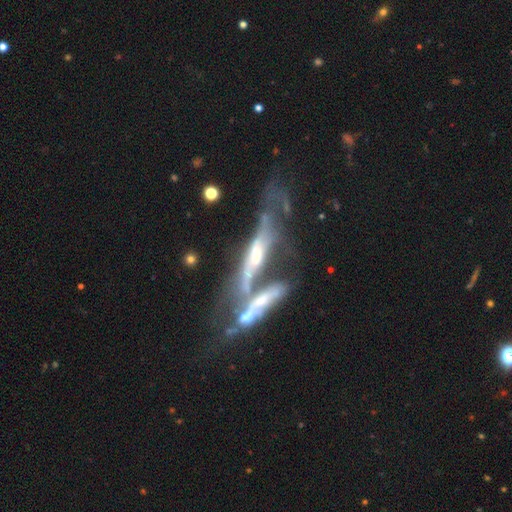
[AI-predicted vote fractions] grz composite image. It shows a featured or disk galaxy (77%) viewed edge-on (69%) with a rounded central bulge (63%). Merging: merger (51%).